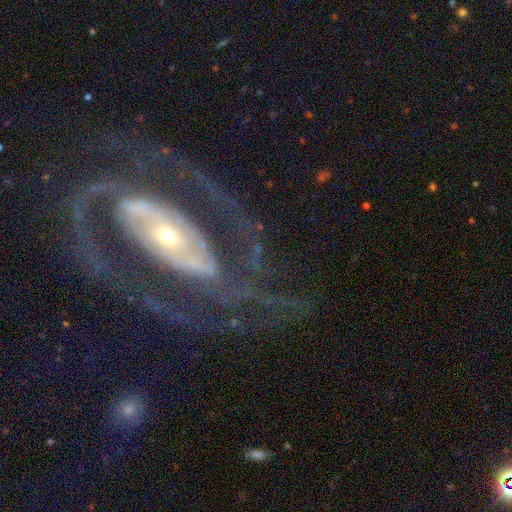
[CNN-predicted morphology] A featured or disk galaxy (88%) with a strong bar (39%), 2 (67%) medium (44%) spiral arms (91%) and a small central bulge (57%).

Vote fractions:
- Smooth or featured? featured or disk: 88% / smooth: 6% / star or artifact: 6%
- Edge-on disk? no: 94% / yes: 6%
- Bar? strong: 39% / no: 38% / weak: 24%
- Spiral arms? yes: 91% / no: 9%
- Spiral winding? medium: 44% / tight: 40% / loose: 16%
- Spiral arm count? 2: 67% / can't tell: 12% / 3: 8% / 1: 4% / 4: 4% / more than 4: 4%
- Bulge size? small: 57% / moderate: 36% / large: 5% / dominant: 1% / none: 1%
- Merging? none: 69% / major disturbance: 16% / minor disturbance: 14% / merger: 2%